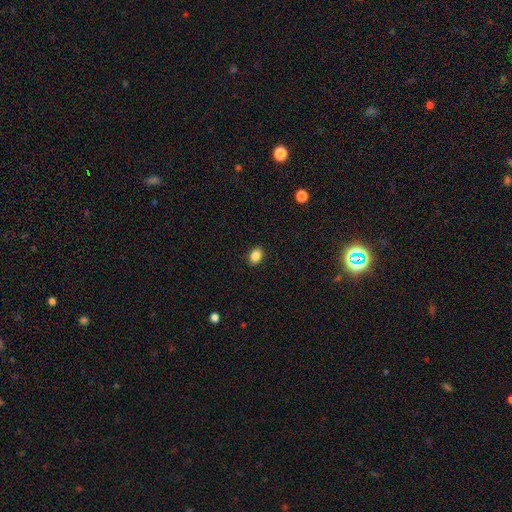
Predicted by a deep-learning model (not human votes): Overall: smooth (87%). How rounded: in between (74%). Merging: none (90%).